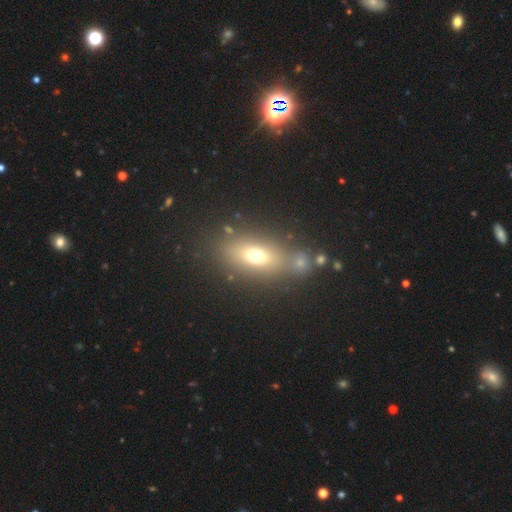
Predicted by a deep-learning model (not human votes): Smooth or featured: smooth — 66% (featured or disk — 19%)
How rounded: in between — 72% (round — 17%)
Merging: none — 60% (merger — 21%)